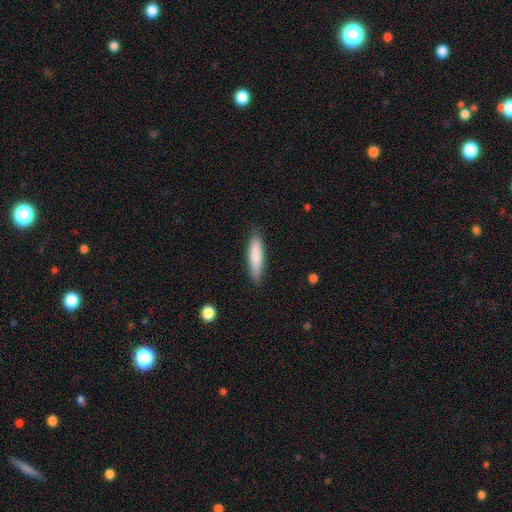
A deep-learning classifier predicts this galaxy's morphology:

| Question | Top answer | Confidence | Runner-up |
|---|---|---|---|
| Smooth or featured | smooth | 81% | featured or disk (14%) |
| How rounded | cigar-shaped | 80% | in between (18%) |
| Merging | none | 87% | minor disturbance (10%) |